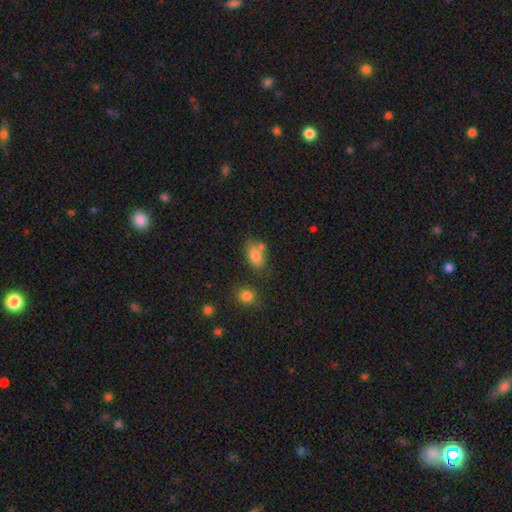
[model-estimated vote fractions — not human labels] The model was most divided on "merging": none: 53%, merger: 22%, minor disturbance: 19%, major disturbance: 7%. More confident: how rounded — in between (82%); smooth or featured — smooth (78%).